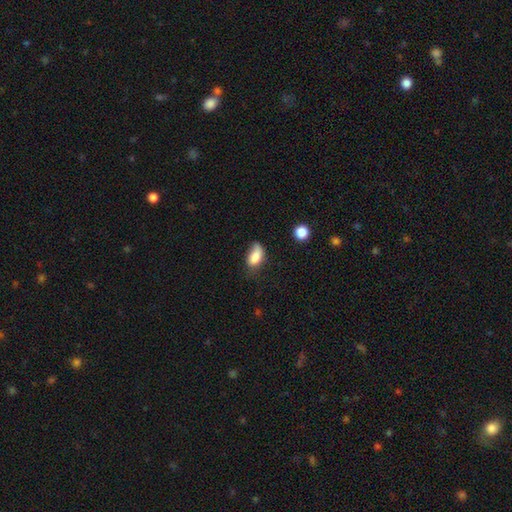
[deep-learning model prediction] Overall: smooth (80%). How rounded: in between (89%). Merging: none (41%; minor disturbance 37%).